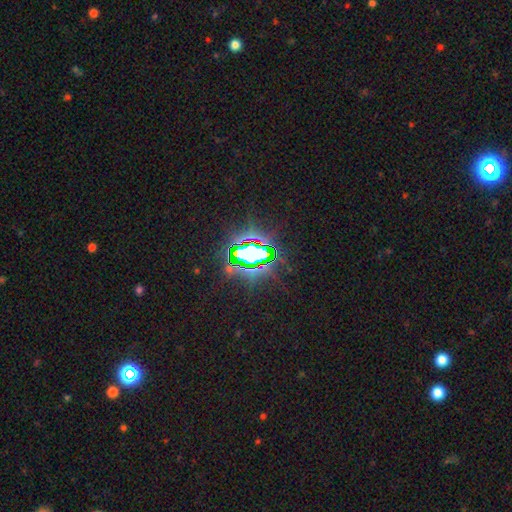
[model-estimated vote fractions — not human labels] smooth_or_featured: star or artifact (p=0.77) [alt: smooth p=0.12]